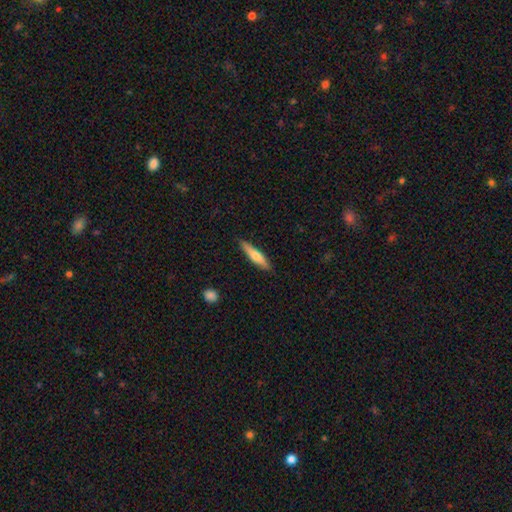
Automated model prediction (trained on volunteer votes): Smooth or featured? smooth (59%)
How rounded? cigar-shaped (86%)
Merging? none (89%)